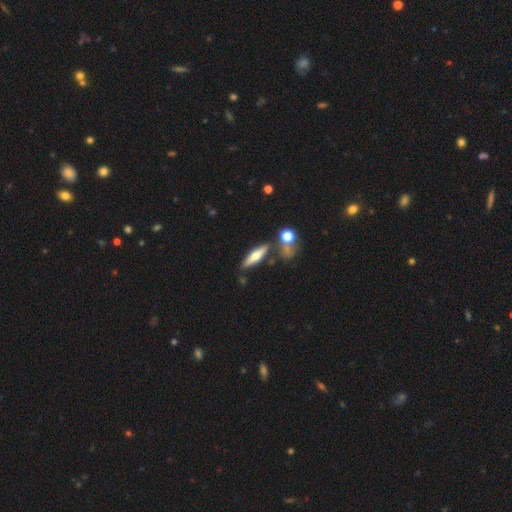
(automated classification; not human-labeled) Morphology: type=featured or disk (49%); merging=none (70%).